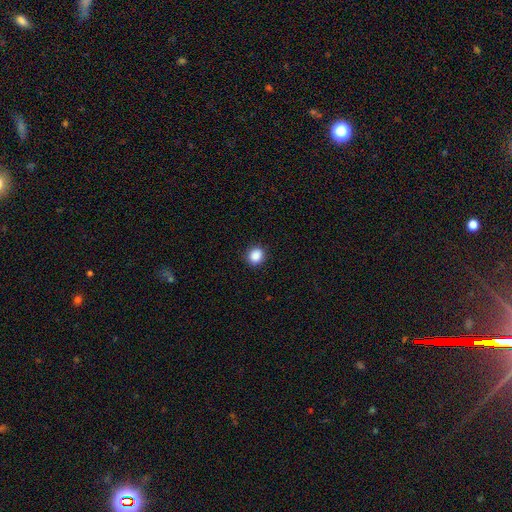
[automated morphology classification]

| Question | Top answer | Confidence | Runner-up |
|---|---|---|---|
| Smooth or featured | smooth | 88% | star or artifact (9%) |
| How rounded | round | 81% | in between (18%) |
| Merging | none | 91% | minor disturbance (6%) |